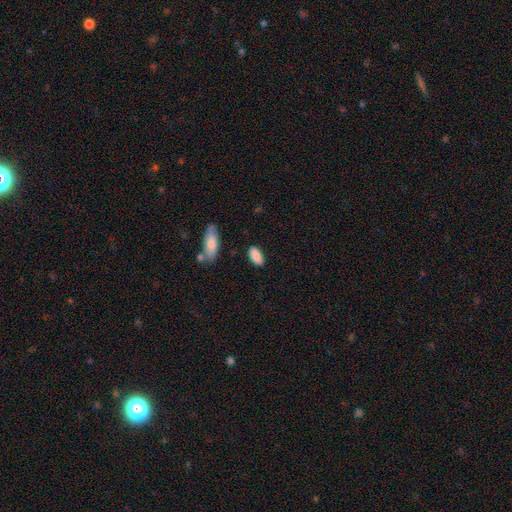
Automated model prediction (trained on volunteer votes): Smooth or featured?
  - smooth: 88% *
  - star or artifact: 7%
  - featured or disk: 5%
How rounded?
  - in between: 91% *
  - cigar-shaped: 6%
  - round: 3%
Merging?
  - none: 84% *
  - minor disturbance: 11%
  - major disturbance: 3%
  - merger: 2%